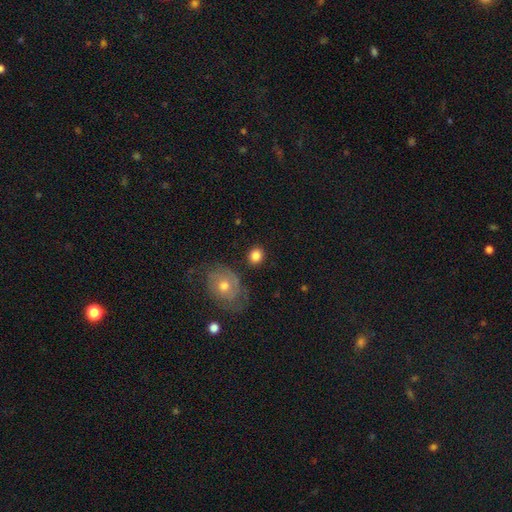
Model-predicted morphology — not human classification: Q: Smooth or featured?
A: smooth (83%); runner-up: star or artifact (9%)
Q: How rounded?
A: round (76%); runner-up: in between (23%)
Q: Merging?
A: none (84%); runner-up: minor disturbance (9%)